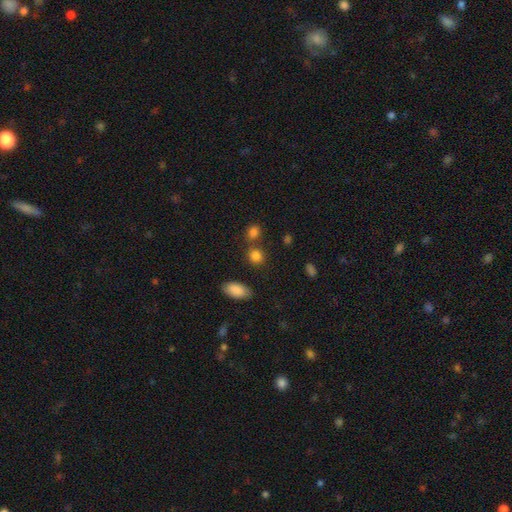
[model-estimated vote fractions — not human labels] Smooth or featured: smooth — 84% (star or artifact — 11%)
How rounded: round — 75% (in between — 24%)
Merging: none — 67% (merger — 19%)